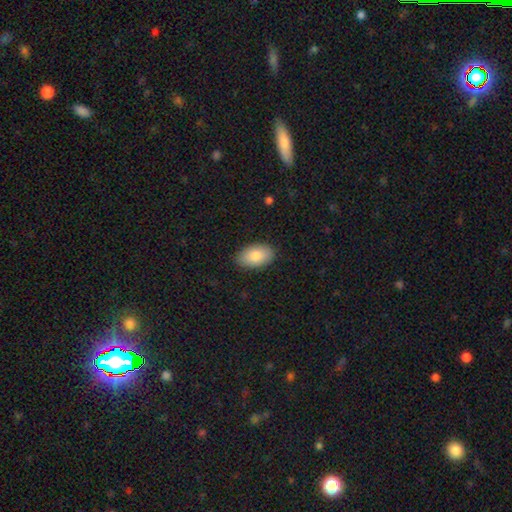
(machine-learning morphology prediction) smooth-or-featured: smooth: 86% | featured or disk: 8% | star or artifact: 6%
  how-rounded: in between: 94% | round: 5% | cigar-shaped: 1%
  merging: none: 87% | minor disturbance: 10% | major disturbance: 2% | merger: 1%